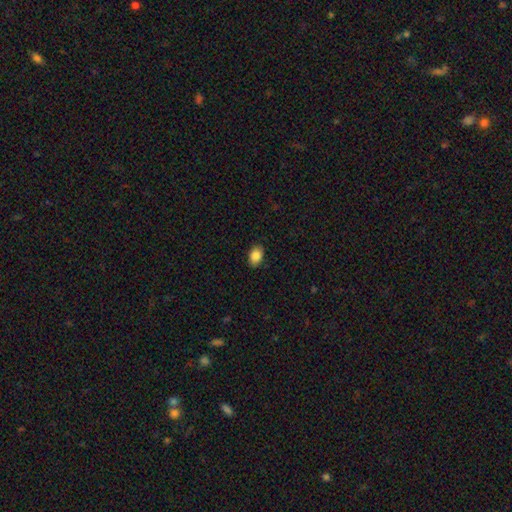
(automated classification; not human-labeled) Smooth or featured: smooth — 87% (star or artifact — 8%)
How rounded: in between — 83% (round — 16%)
Merging: none — 88% (minor disturbance — 9%)